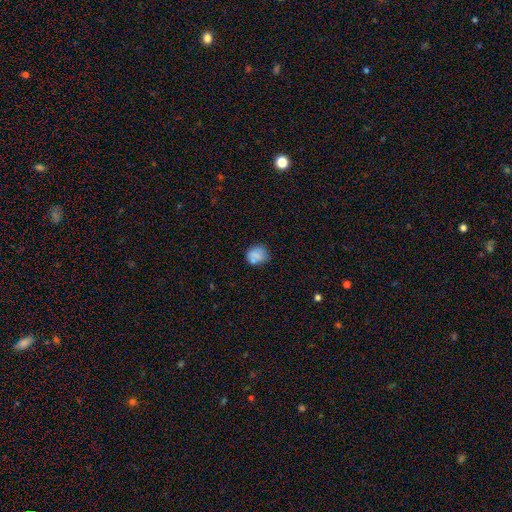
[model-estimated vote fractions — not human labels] This appears to be a smooth galaxy with no disk features (76%) that is round (72%). Merging: none (67%).